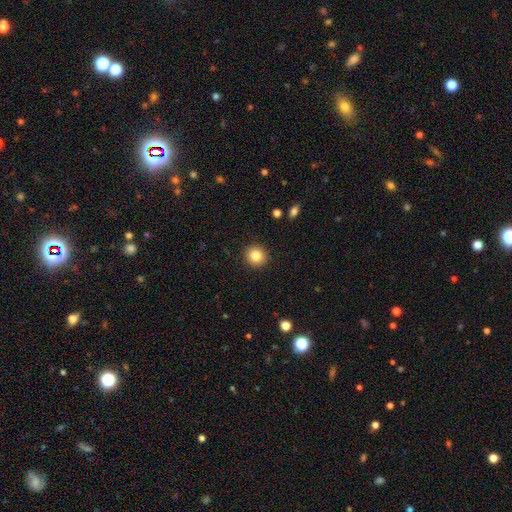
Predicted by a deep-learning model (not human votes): Q: Smooth or featured?
A: smooth (84%); runner-up: star or artifact (10%)
Q: How rounded?
A: round (93%); runner-up: in between (6%)
Q: Merging?
A: none (92%); runner-up: minor disturbance (5%)